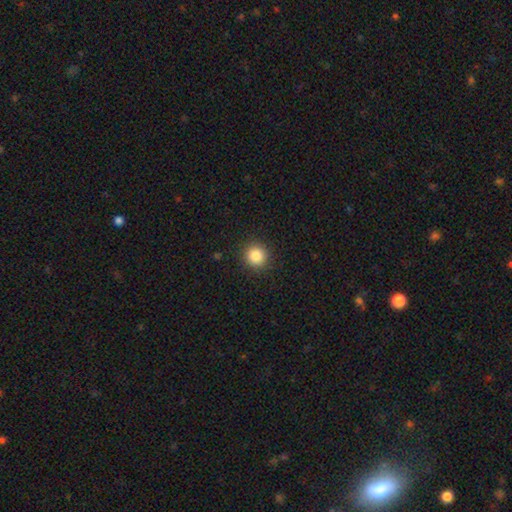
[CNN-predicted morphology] Smooth or featured: smooth — 85% (star or artifact — 11%)
How rounded: round — 94% (in between — 6%)
Merging: none — 91% (minor disturbance — 6%)